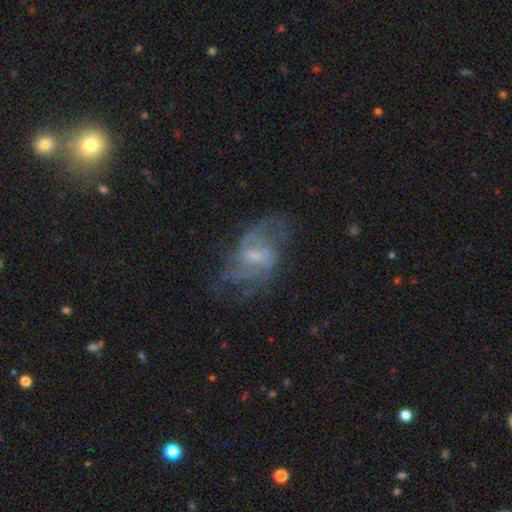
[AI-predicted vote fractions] Q: Smooth or featured?
A: featured or disk (76%); runner-up: smooth (16%)
Q: Edge-on disk?
A: no (96%); runner-up: yes (4%)
Q: Bar?
A: weak (55%); runner-up: no (30%)
Q: Spiral arms?
A: yes (82%); runner-up: no (18%)
Q: Spiral winding?
A: medium (46%); runner-up: loose (35%)
Q: Spiral arm count?
A: 2 (45%); runner-up: can't tell (30%)
Q: Bulge size?
A: small (52%); runner-up: moderate (30%)
Q: Merging?
A: none (53%); runner-up: major disturbance (24%)